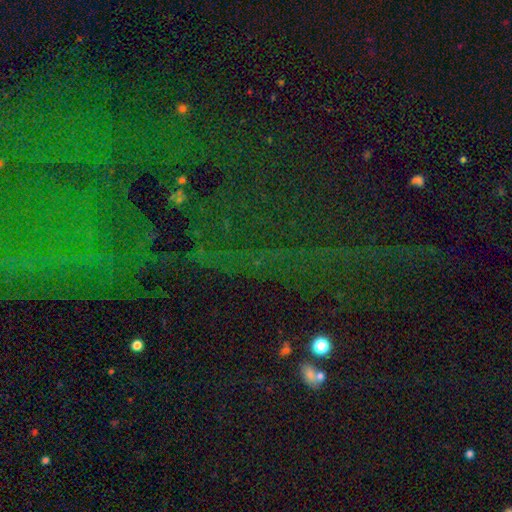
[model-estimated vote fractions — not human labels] Smooth or featured: star or artifact — 78% (smooth — 11%)